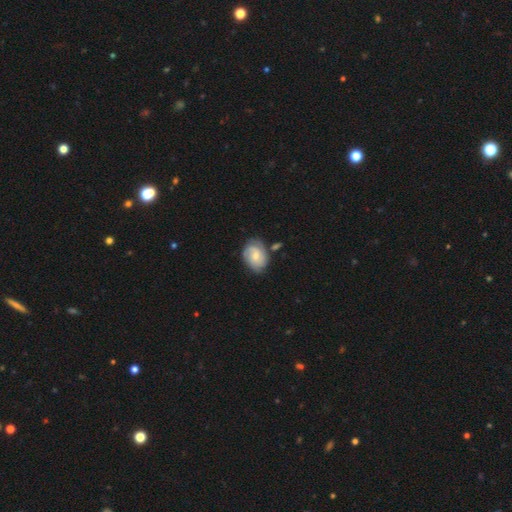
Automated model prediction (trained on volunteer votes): Smooth or featured? featured or disk (59%)
Edge-on disk? no (97%)
Bar? no (66%)
Spiral arms? yes (87%)
Bulge size? moderate (48%)
Merging? none (65%)